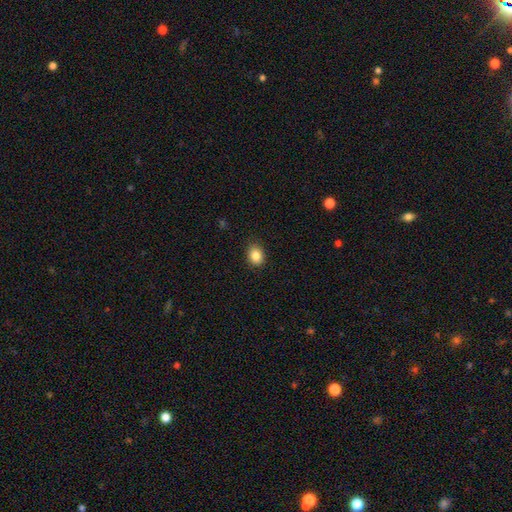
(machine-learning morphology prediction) type=smooth (85%); roundness=in between (55%); merging=none (88%).